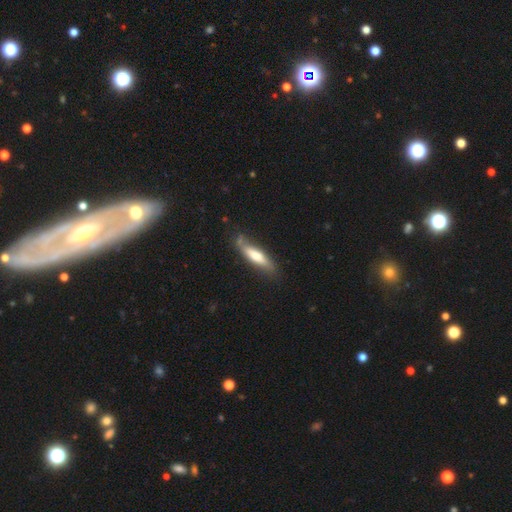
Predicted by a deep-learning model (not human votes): A smooth galaxy with no disk features (61%) that is cigar-shaped (76%). Merging: none (68%).